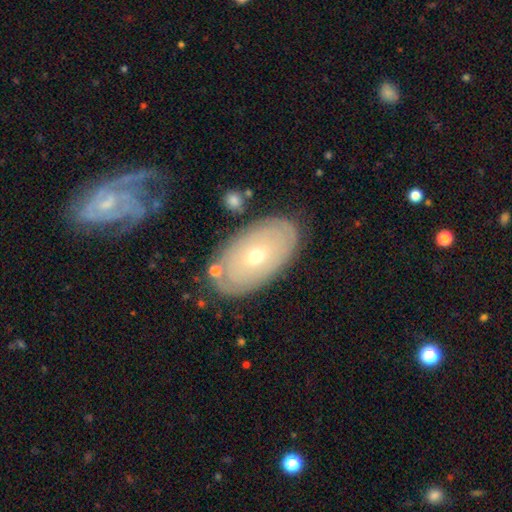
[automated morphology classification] smooth-or-featured: featured or disk: 57% | smooth: 37% | star or artifact: 7%
  disk-edge-on: no: 90% | yes: 10%
    bar: no: 73% | weak: 22% | strong: 6%
    has-spiral-arms: no: 53% | yes: 47%
    bulge-size: small: 54% | moderate: 43% | large: 2% | dominant: 1% | none: 1%
  merging: none: 81% | minor disturbance: 12% | major disturbance: 3% | merger: 3%